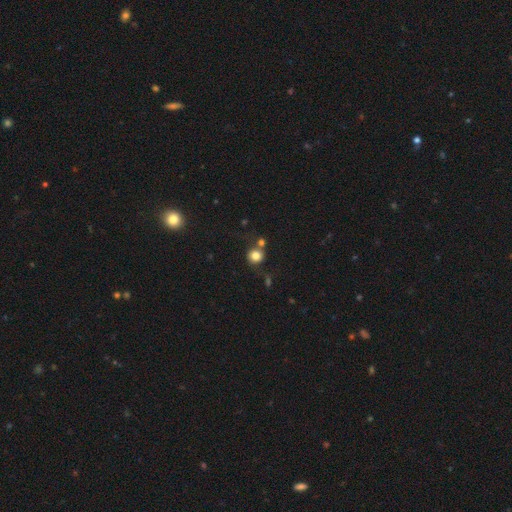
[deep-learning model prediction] Q: Smooth or featured?
A: smooth (80%); runner-up: star or artifact (12%)
Q: How rounded?
A: round (88%); runner-up: in between (11%)
Q: Merging?
A: none (64%); runner-up: merger (18%)